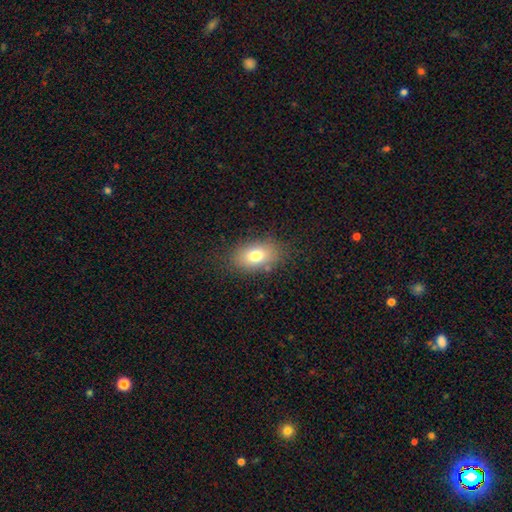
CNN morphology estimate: This is likely a smooth galaxy (77%). How rounded: clearly in between (85%). Merging: clearly none (82%).